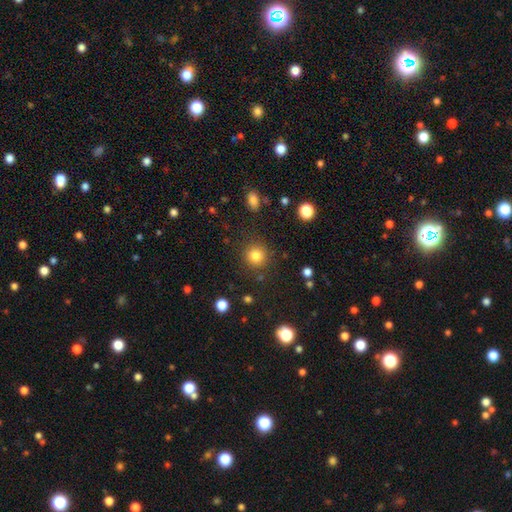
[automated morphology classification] Smooth or featured?
  - smooth: 83% *
  - star or artifact: 12%
  - featured or disk: 6%
How rounded?
  - round: 92% *
  - in between: 7%
  - cigar-shaped: 1%
Merging?
  - none: 87% *
  - minor disturbance: 7%
  - major disturbance: 3%
  - merger: 2%